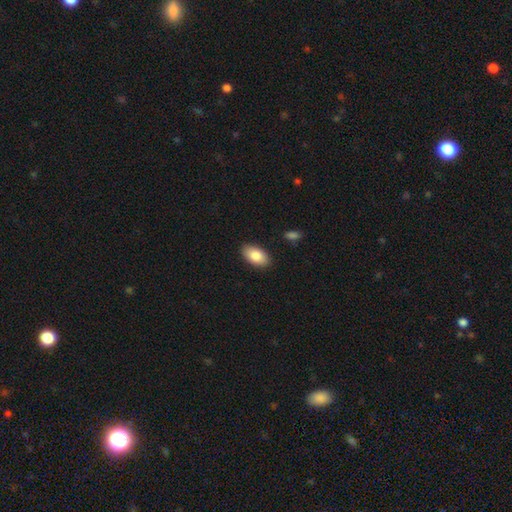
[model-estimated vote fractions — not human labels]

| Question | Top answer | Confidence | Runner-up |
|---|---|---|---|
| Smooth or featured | smooth | 83% | featured or disk (11%) |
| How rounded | in between | 94% | round (4%) |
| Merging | none | 88% | minor disturbance (9%) |